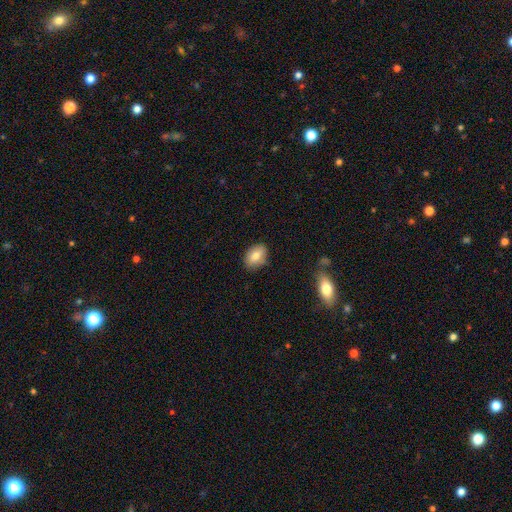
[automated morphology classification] Overall: smooth (77%). How rounded: in between (81%). Merging: none (83%).